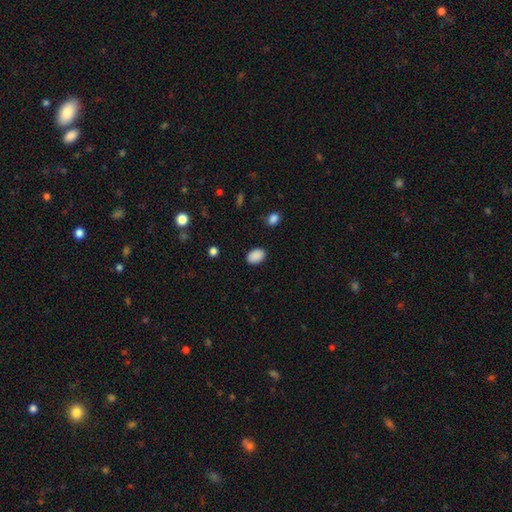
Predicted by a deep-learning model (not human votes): Morphology: type=smooth (90%); roundness=in between (85%); merging=none (88%).